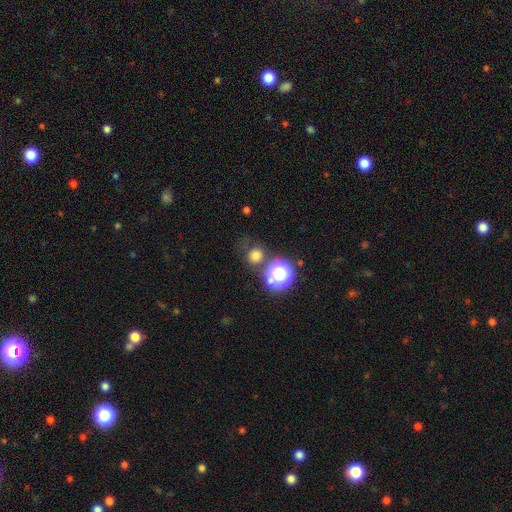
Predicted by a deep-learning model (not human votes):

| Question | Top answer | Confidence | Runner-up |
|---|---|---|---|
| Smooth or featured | smooth | 70% | star or artifact (23%) |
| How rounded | round | 89% | in between (10%) |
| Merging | none | 71% | merger (12%) |